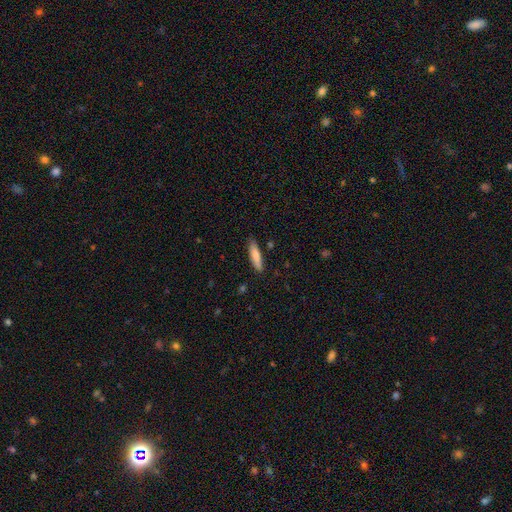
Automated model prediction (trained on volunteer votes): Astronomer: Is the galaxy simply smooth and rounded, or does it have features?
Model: smooth — 80%.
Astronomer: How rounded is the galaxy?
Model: cigar-shaped — 77%.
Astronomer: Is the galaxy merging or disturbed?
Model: none — 85%.